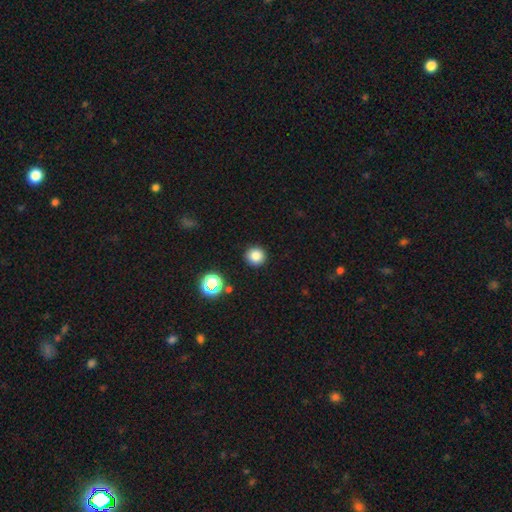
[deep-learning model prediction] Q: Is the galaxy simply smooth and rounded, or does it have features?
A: smooth — 82%.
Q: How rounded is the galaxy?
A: round — 94%.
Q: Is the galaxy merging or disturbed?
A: none — 91%.